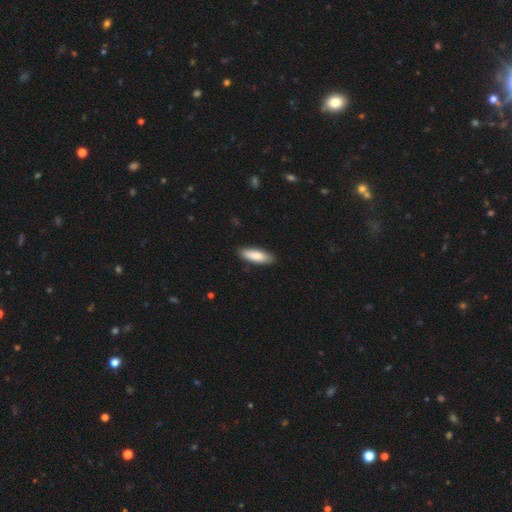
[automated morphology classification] This is clearly a smooth galaxy (83%). How rounded: possibly in between (54%). Merging: clearly none (88%).